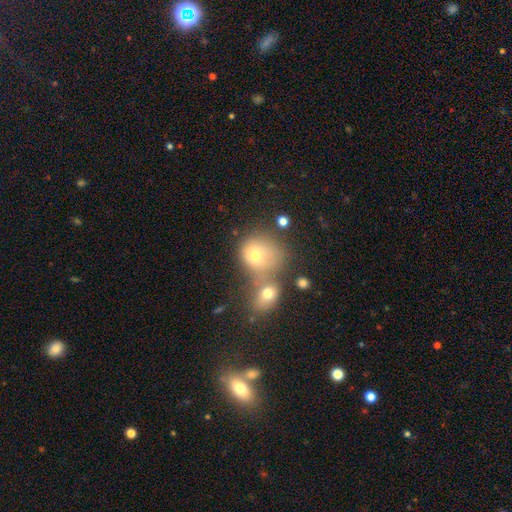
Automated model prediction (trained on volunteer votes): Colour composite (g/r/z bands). It shows a smooth galaxy with no disk features (70%) that is round (70%). Merging: merger (52%).